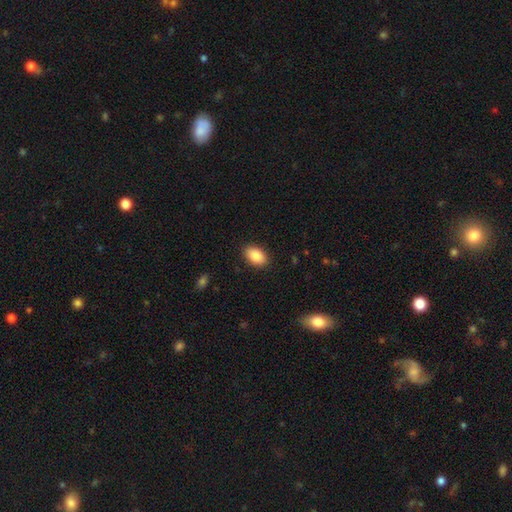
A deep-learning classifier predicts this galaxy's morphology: smooth_or_featured: smooth (p=0.87) [alt: star or artifact p=0.07]
how_rounded: in between (p=0.91) [alt: round p=0.08]
merging: none (p=0.89) [alt: minor disturbance p=0.08]